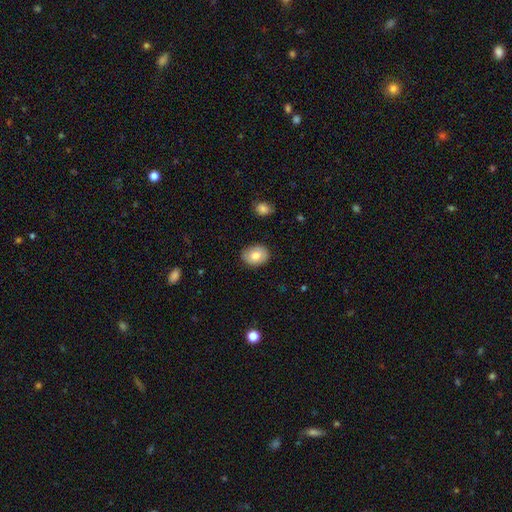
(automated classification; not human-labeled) smooth-or-featured: smooth: 77% | featured or disk: 15% | star or artifact: 8%
  how-rounded: in between: 56% | round: 43% | cigar-shaped: 1%
  merging: none: 84% | minor disturbance: 13% | major disturbance: 2% | merger: 1%